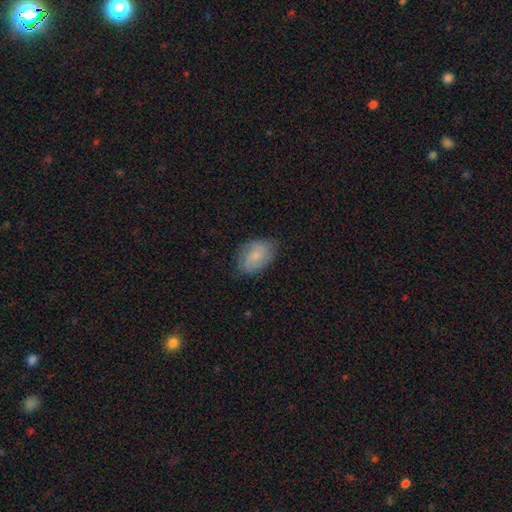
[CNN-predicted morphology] Q: Smooth or featured?
A: smooth (73%); runner-up: featured or disk (20%)
Q: How rounded?
A: in between (86%); runner-up: round (12%)
Q: Merging?
A: none (72%); runner-up: minor disturbance (22%)